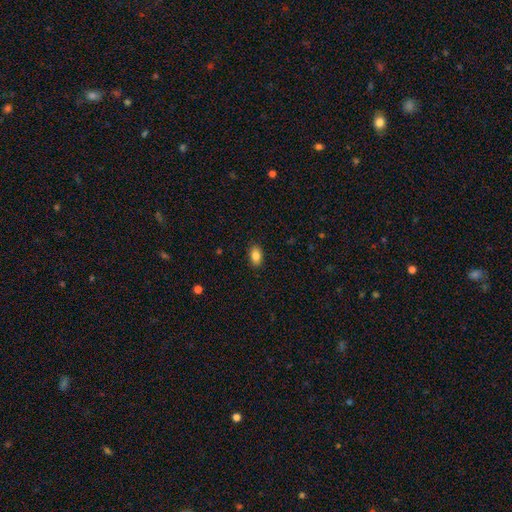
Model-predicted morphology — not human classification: This is clearly a smooth galaxy (86%). How rounded: clearly in between (89%). Merging: clearly none (89%).